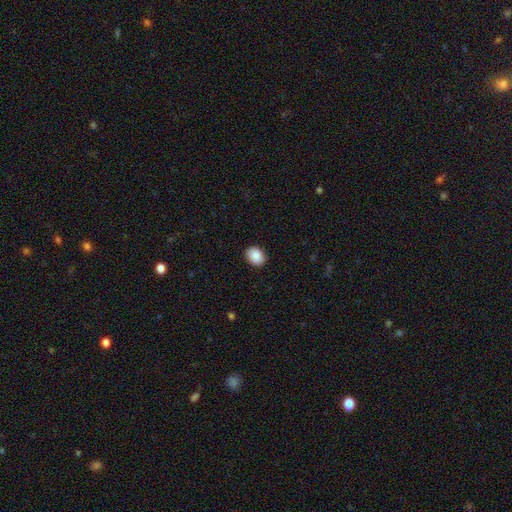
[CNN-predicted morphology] type=smooth (89%); roundness=in between (60%); merging=none (89%).